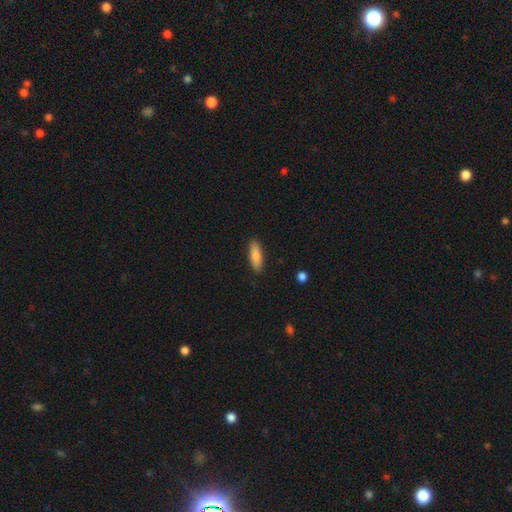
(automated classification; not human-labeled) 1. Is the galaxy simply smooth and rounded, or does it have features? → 84% smooth, 10% featured or disk, 6% star or artifact.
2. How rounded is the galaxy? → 56% in between, 43% cigar-shaped, 2% round.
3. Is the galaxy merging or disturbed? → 88% none, 9% minor disturbance, 2% major disturbance, 1% merger.